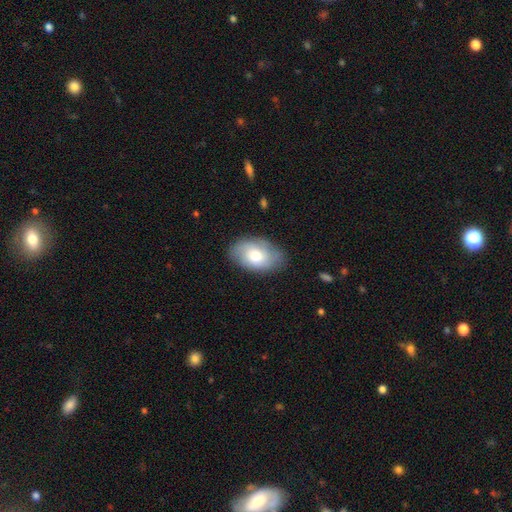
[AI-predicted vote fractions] Morphology: type=smooth (59%); roundness=in between (90%); merging=none (77%).